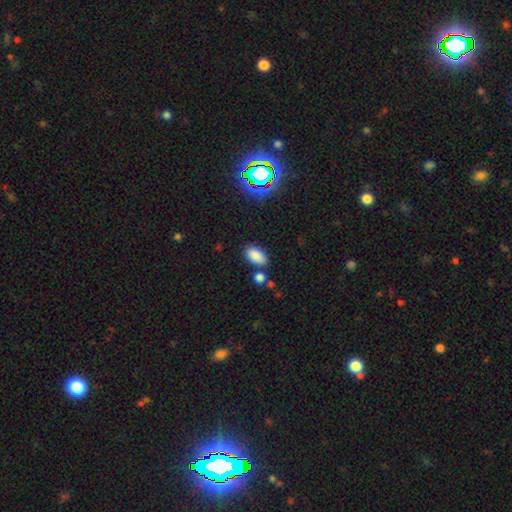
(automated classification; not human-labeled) smooth 84%, star or artifact 11%, featured or disk 5%. Down the decision tree: how rounded — in between (93%); merging — none (77%).